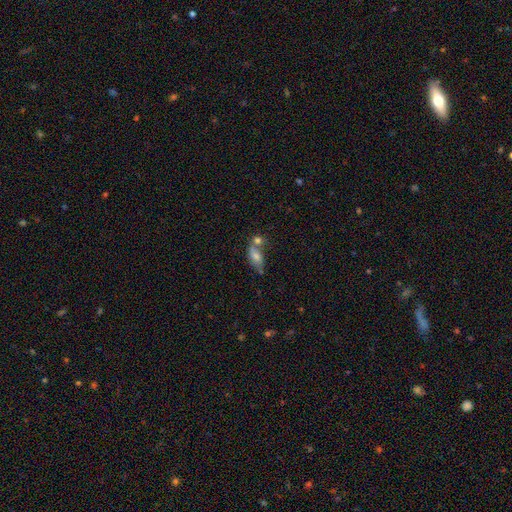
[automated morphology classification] The model was most divided on "merging": merger: 41%, none: 34%, minor disturbance: 16%, major disturbance: 9%. More confident: how rounded — in between (81%); smooth or featured — smooth (64%).